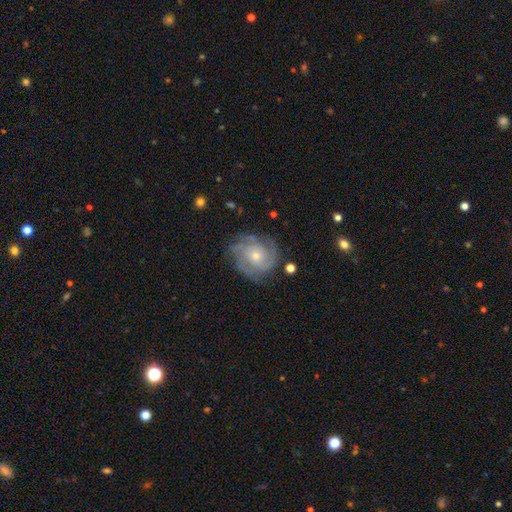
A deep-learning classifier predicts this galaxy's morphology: type=featured or disk (84%); edge-on=no (98%); bar=no (77%); spiral arms=yes (97%); winding=tight (65%); arm count=3 (34%); bulge=small (52%); merging=none (79%).